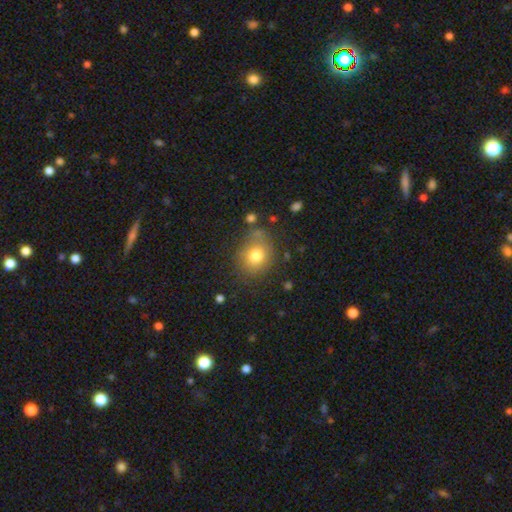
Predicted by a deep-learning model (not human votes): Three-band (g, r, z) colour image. It shows a smooth galaxy with no disk features (77%) that is round (70%). Merging: none (72%).